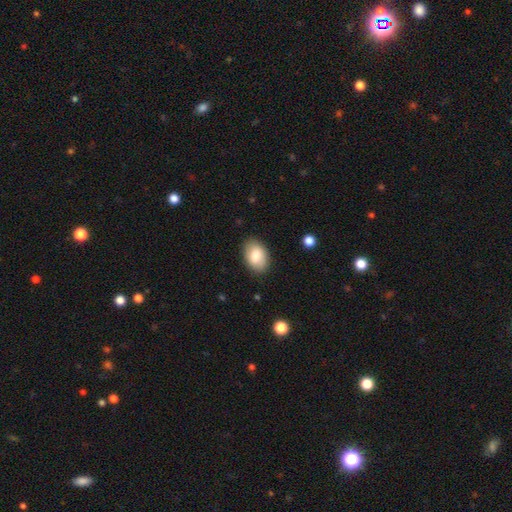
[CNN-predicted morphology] Overall: smooth (81%). How rounded: in between (87%). Merging: none (86%).